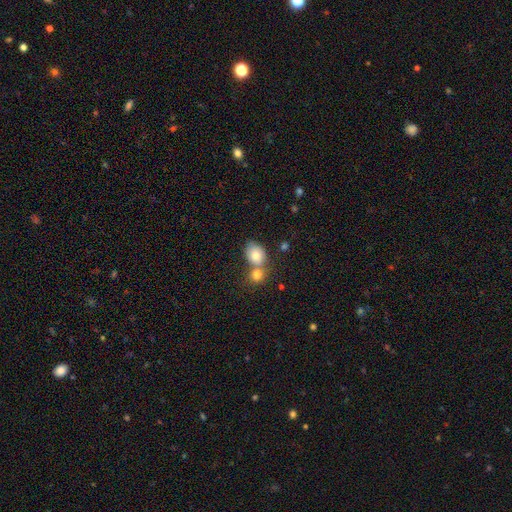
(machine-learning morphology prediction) A smooth galaxy with no disk features (79%) that is in between round and cigar-shaped (53%).

Vote fractions:
- Smooth or featured? smooth: 79% / featured or disk: 12% / star or artifact: 9%
- How rounded? in between: 53% / round: 46% / cigar-shaped: 1%
- Merging? merger: 51% / none: 35% / minor disturbance: 10% / major disturbance: 4%